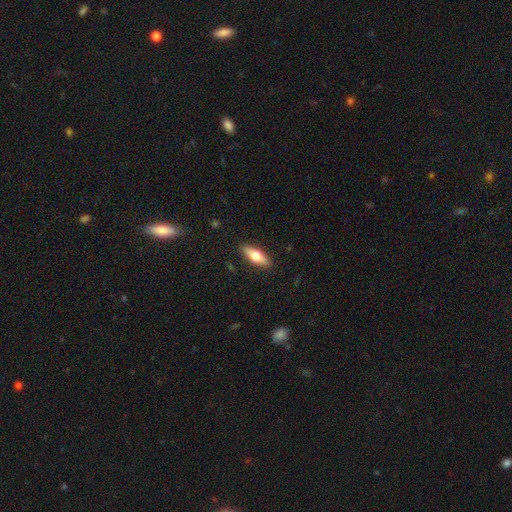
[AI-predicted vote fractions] Smooth or featured? smooth (64%)
How rounded? in between (62%)
Merging? none (89%)